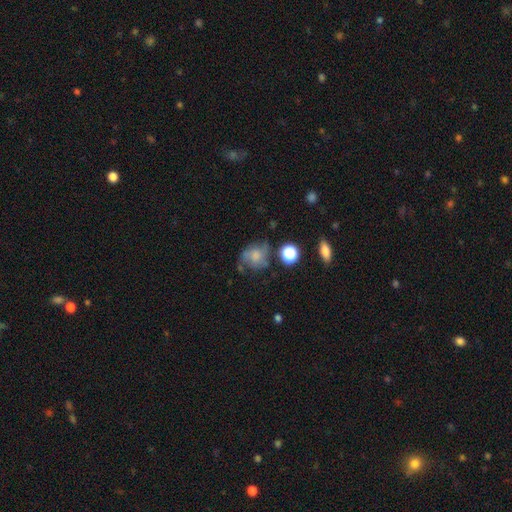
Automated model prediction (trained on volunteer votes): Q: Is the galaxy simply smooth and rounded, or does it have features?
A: smooth — 51%.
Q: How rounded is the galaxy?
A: round — 66%.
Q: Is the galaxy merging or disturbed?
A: none — 47%.